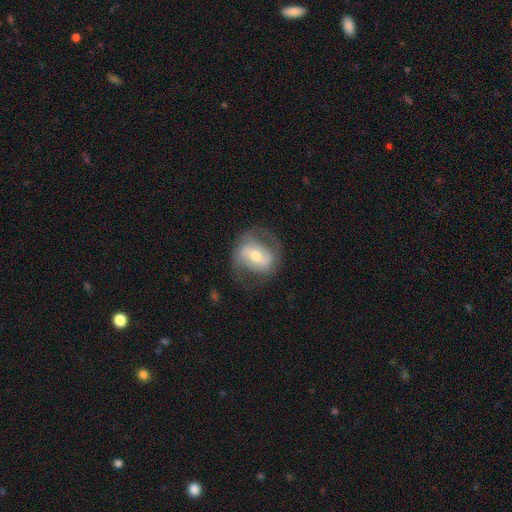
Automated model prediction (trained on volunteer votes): Smooth or featured? Predicted: featured or disk (p=0.72). Edge-on disk? Predicted: no (p=0.96). Bar? Predicted: weak (p=0.42). Spiral arms? Predicted: yes (p=0.81). Spiral winding? Predicted: medium (p=0.48). Spiral arm count? Predicted: 2 (p=0.82). Bulge size? Predicted: moderate (p=0.63). Merging? Predicted: none (p=0.67).